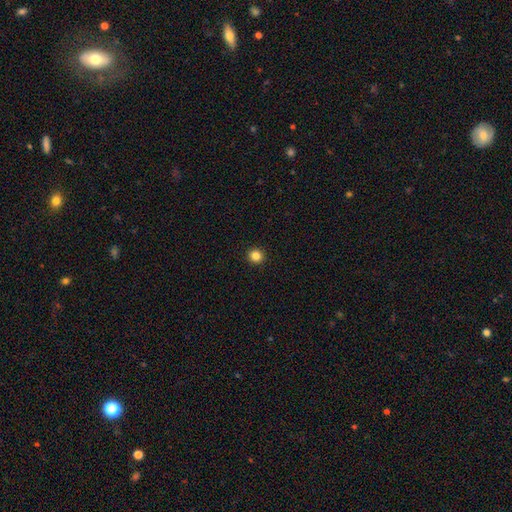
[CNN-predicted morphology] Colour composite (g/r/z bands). It shows a smooth galaxy with no disk features (84%) that is round (93%). Merging: none (94%).